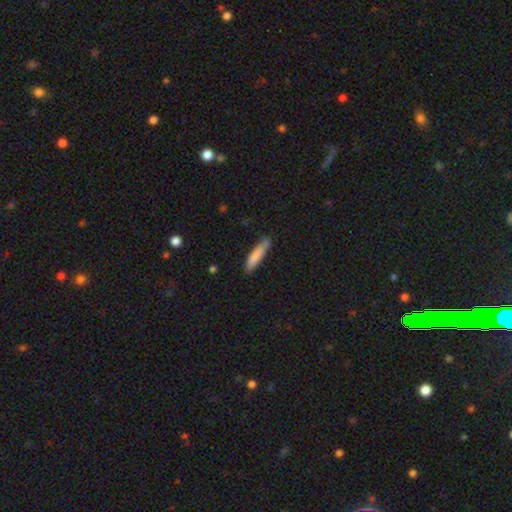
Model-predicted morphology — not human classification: Smooth or featured?
  - smooth: 81% *
  - featured or disk: 13%
  - star or artifact: 6%
How rounded?
  - cigar-shaped: 77% *
  - in between: 22%
  - round: 1%
Merging?
  - none: 71% *
  - minor disturbance: 22%
  - major disturbance: 4%
  - merger: 3%